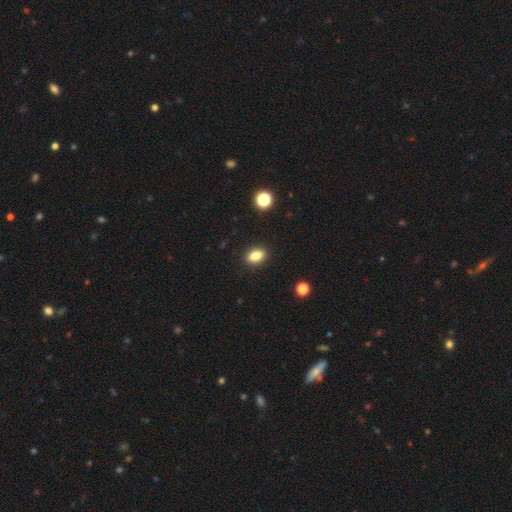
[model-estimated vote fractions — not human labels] smooth-or-featured: smooth: 85% | star or artifact: 10% | featured or disk: 5%
  how-rounded: in between: 84% | round: 13% | cigar-shaped: 3%
  merging: none: 89% | minor disturbance: 8% | major disturbance: 2% | merger: 1%